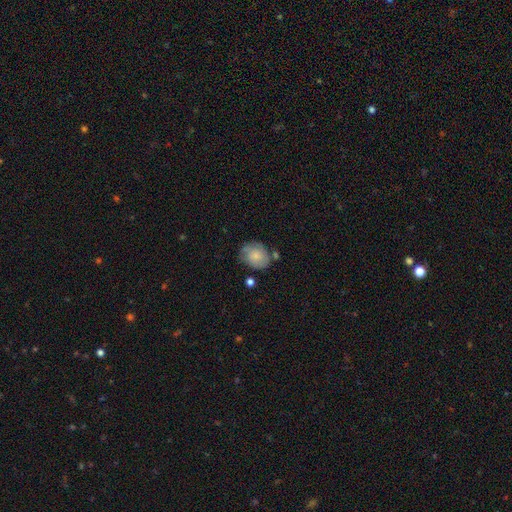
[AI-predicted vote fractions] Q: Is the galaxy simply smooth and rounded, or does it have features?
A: smooth — 68%.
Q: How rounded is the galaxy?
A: round — 54%.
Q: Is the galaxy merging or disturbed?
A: none — 58%.